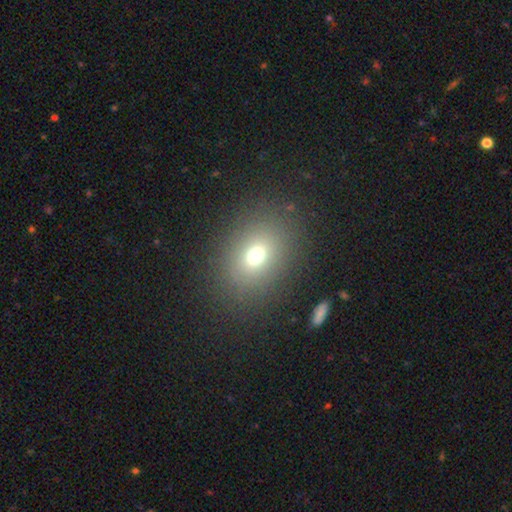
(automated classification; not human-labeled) Smooth or featured? smooth (69%)
How rounded? in between (58%)
Merging? none (84%)